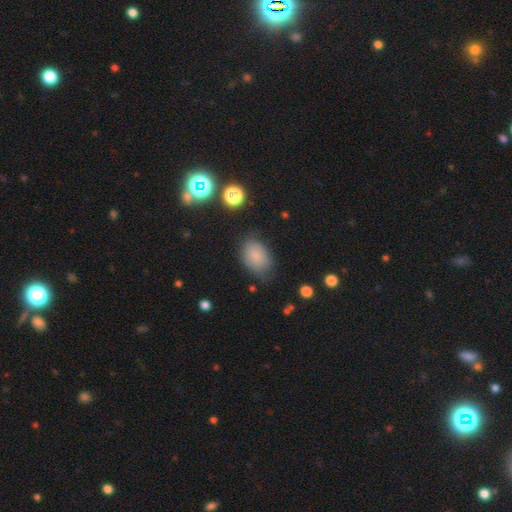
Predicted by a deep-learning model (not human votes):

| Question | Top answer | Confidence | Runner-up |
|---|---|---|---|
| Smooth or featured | smooth | 80% | star or artifact (11%) |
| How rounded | in between | 81% | round (17%) |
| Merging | none | 65% | minor disturbance (25%) |